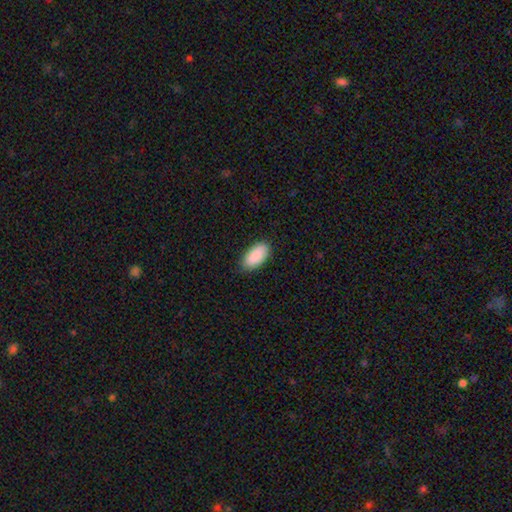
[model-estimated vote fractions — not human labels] A smooth galaxy with no disk features (90%) that is in between round and cigar-shaped (95%).

Vote fractions:
- Smooth or featured? smooth: 90% / star or artifact: 6% / featured or disk: 4%
- How rounded? in between: 95% / cigar-shaped: 4% / round: 2%
- Merging? none: 85% / minor disturbance: 12% / major disturbance: 2% / merger: 1%